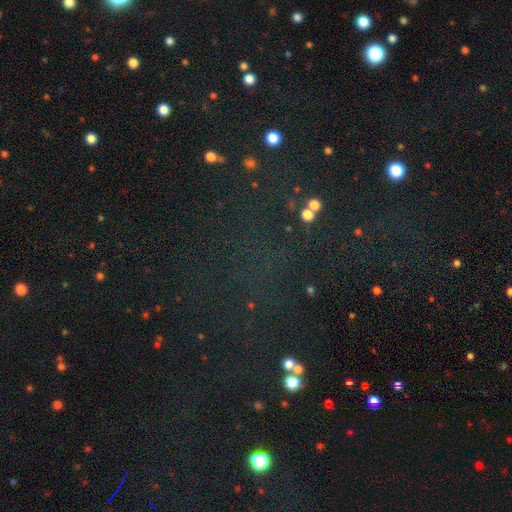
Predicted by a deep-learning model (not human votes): Smooth or featured? Predicted: star or artifact (p=0.69).